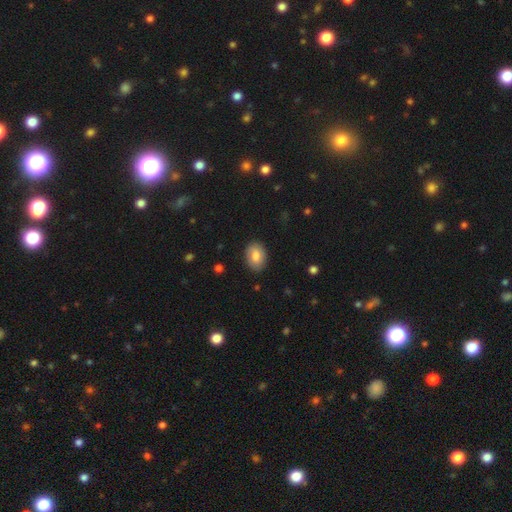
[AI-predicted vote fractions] This appears to be a smooth galaxy with no disk features (81%) that is in between round and cigar-shaped (84%). Merging: none (86%).